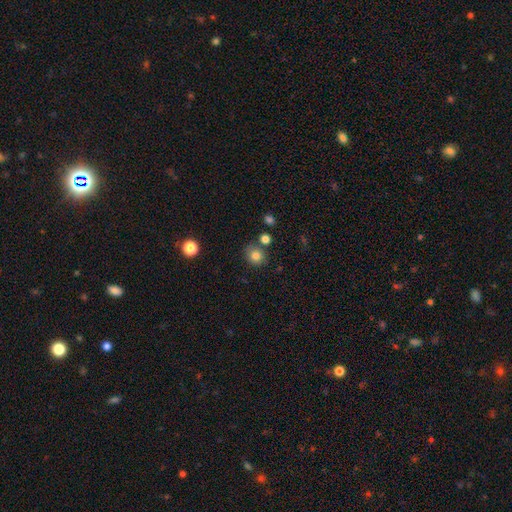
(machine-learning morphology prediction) Smooth or featured?
  - smooth: 81% *
  - star or artifact: 12%
  - featured or disk: 7%
How rounded?
  - round: 84% *
  - in between: 15%
  - cigar-shaped: 1%
Merging?
  - none: 77% *
  - minor disturbance: 11%
  - merger: 9%
  - major disturbance: 3%